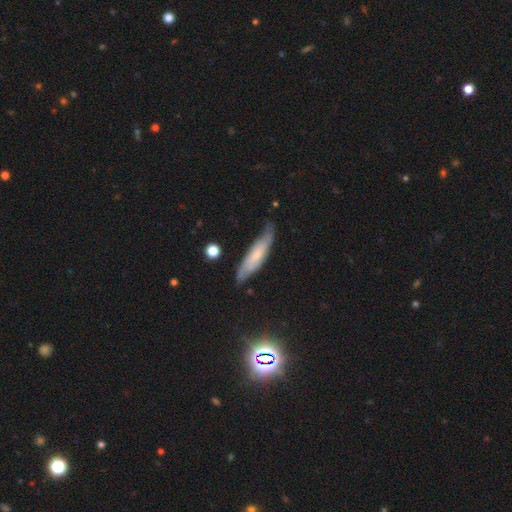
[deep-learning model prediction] Smooth or featured? Predicted: featured or disk (p=0.47). Merging? Predicted: none (p=0.70).